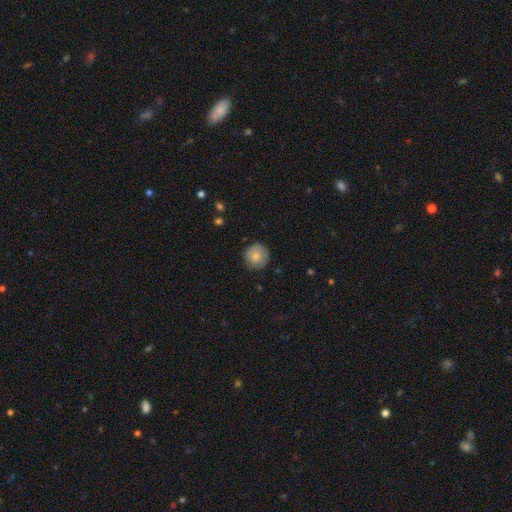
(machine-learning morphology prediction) The model was most divided on "smooth or featured": smooth: 77%, featured or disk: 16%, star or artifact: 7%. More confident: how rounded — round (94%); merging — none (85%).